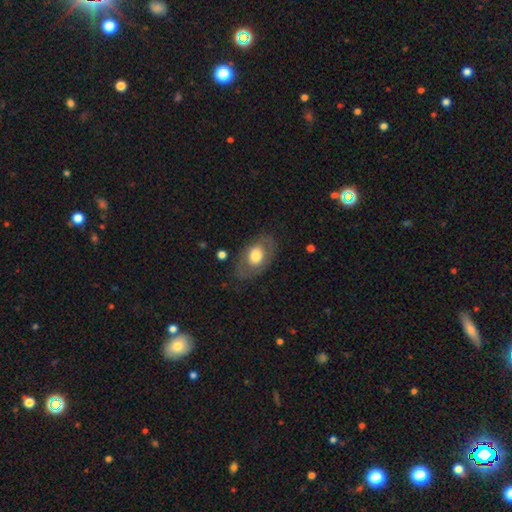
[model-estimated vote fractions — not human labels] smooth-or-featured: smooth: 58% | featured or disk: 36% | star or artifact: 6%
  how-rounded: in between: 83% | round: 16% | cigar-shaped: 1%
  merging: none: 76% | minor disturbance: 15% | major disturbance: 7% | merger: 2%